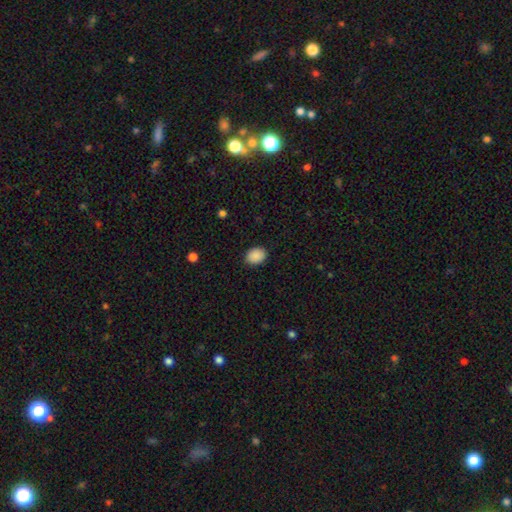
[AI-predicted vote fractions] smooth-or-featured: smooth: 90% | star or artifact: 8% | featured or disk: 3%
  how-rounded: in between: 56% | round: 43% | cigar-shaped: 1%
  merging: none: 88% | minor disturbance: 9% | major disturbance: 2% | merger: 1%